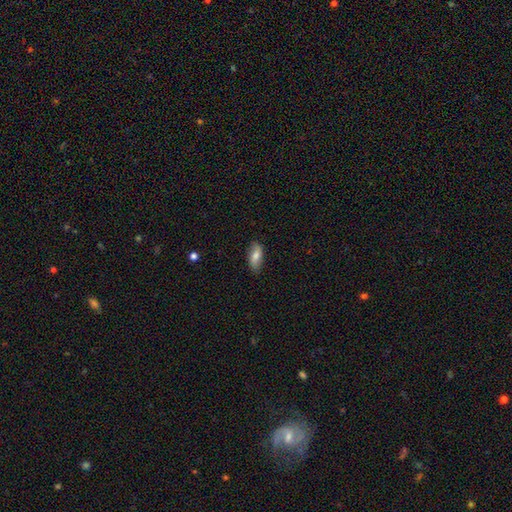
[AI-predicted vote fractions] Q: Smooth or featured?
A: smooth (75%); runner-up: featured or disk (19%)
Q: How rounded?
A: in between (83%); runner-up: cigar-shaped (14%)
Q: Merging?
A: none (82%); runner-up: minor disturbance (14%)